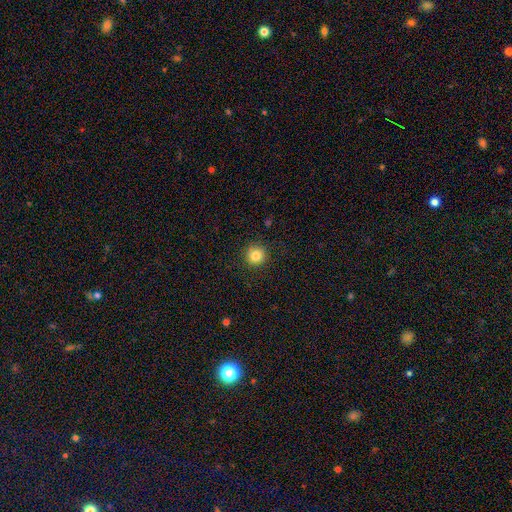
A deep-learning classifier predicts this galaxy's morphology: smooth 83%, star or artifact 11%, featured or disk 6%. Down the decision tree: how rounded — round (94%); merging — none (90%).